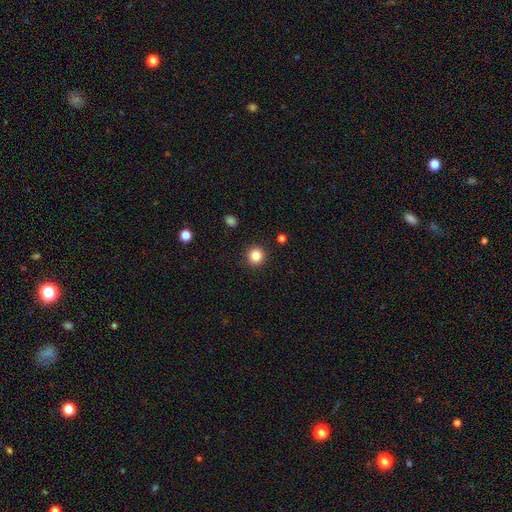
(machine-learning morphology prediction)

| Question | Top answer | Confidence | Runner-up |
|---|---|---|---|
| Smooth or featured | smooth | 85% | star or artifact (11%) |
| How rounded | round | 94% | in between (5%) |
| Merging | none | 92% | minor disturbance (5%) |